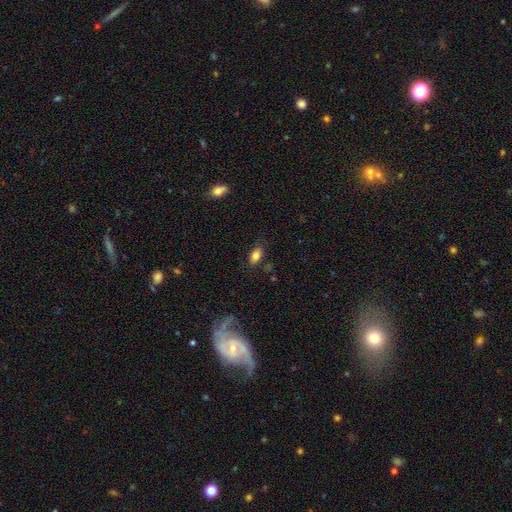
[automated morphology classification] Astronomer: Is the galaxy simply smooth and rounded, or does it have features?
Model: smooth — 82%.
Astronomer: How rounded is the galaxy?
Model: in between — 90%.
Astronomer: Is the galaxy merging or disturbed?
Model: none — 78%.